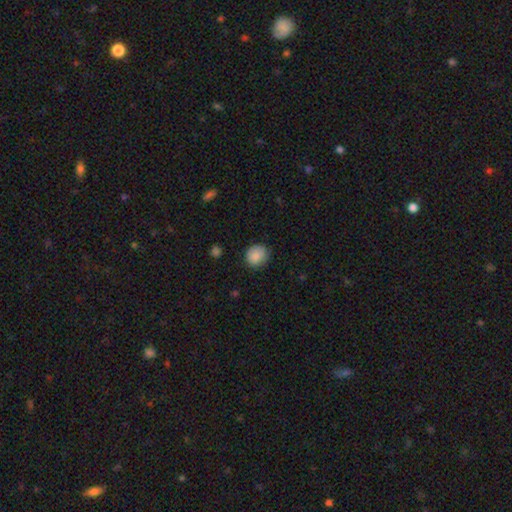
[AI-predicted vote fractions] smooth-or-featured: smooth: 87% | star or artifact: 8% | featured or disk: 5%
  how-rounded: round: 81% | in between: 18% | cigar-shaped: 1%
  merging: none: 80% | minor disturbance: 15% | major disturbance: 3% | merger: 1%